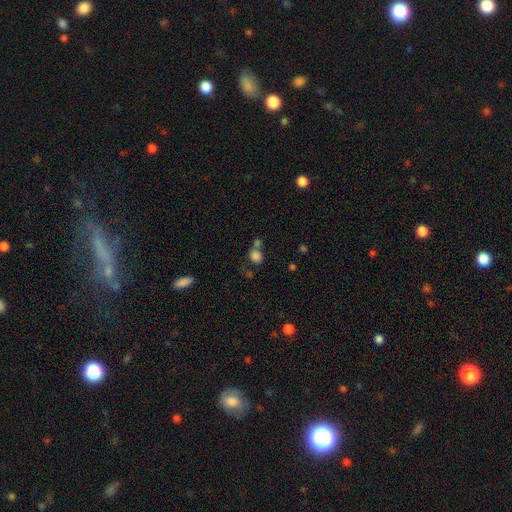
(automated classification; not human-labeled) Overall: smooth (80%). How rounded: round (65%; in between 34%). Merging: none (48%; merger 32%).